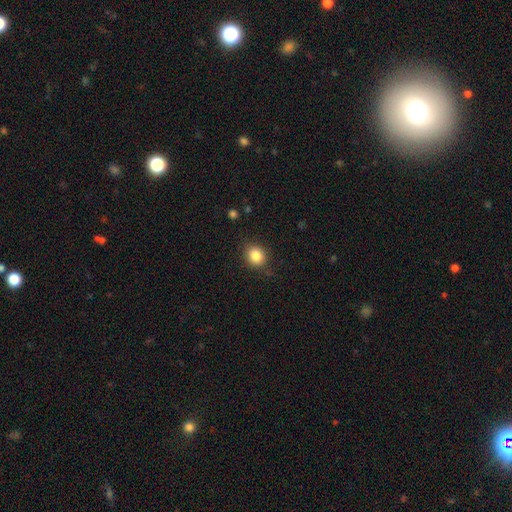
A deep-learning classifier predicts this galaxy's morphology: Overall: smooth (85%). How rounded: round (72%). Merging: none (84%).